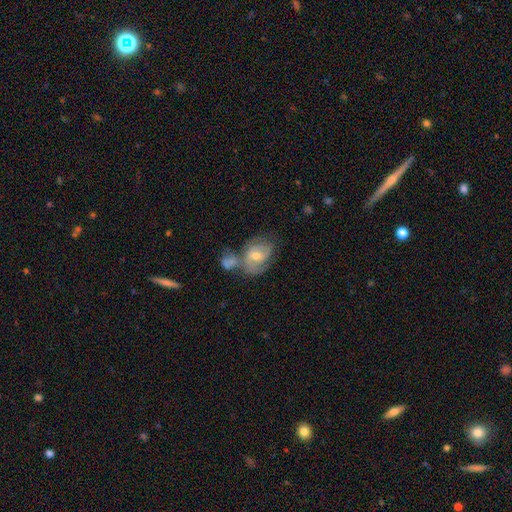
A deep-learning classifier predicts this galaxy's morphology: Smooth or featured: featured or disk — 65% (smooth — 27%)
Edge-on disk: no — 96% (yes — 4%)
Bar: no — 54% (weak — 38%)
Spiral arms: yes — 83% (no — 17%)
Spiral winding: tight — 44% (medium — 41%)
Spiral arm count: 2 — 52% (can't tell — 27%)
Bulge size: moderate — 63% (small — 32%)
Merging: none — 41% (merger — 29%)